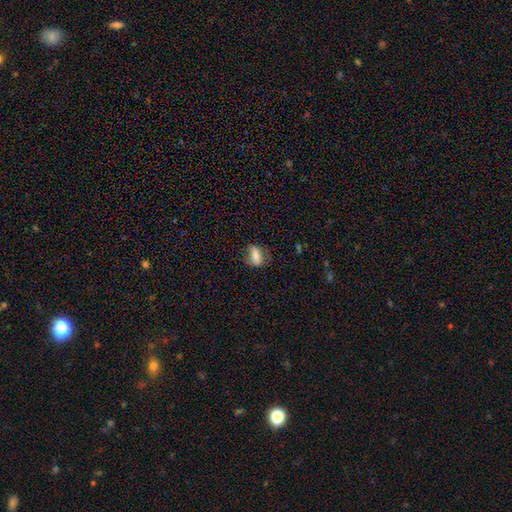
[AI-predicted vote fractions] A smooth galaxy with no disk features (67%) that is in between round and cigar-shaped (76%). Merging: none (64%).